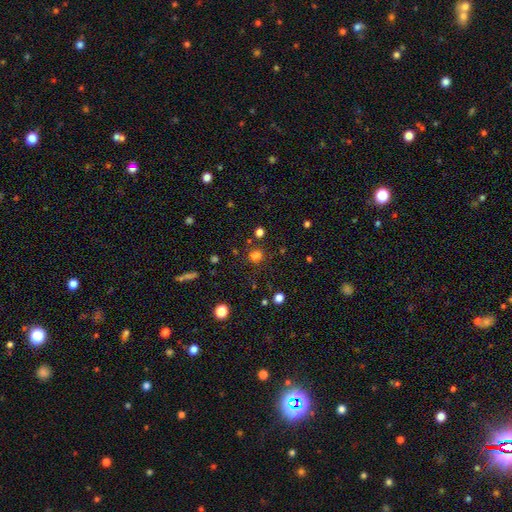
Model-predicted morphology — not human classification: This is likely a smooth galaxy (71%). How rounded: likely round (71%). Merging: likely none (75%).